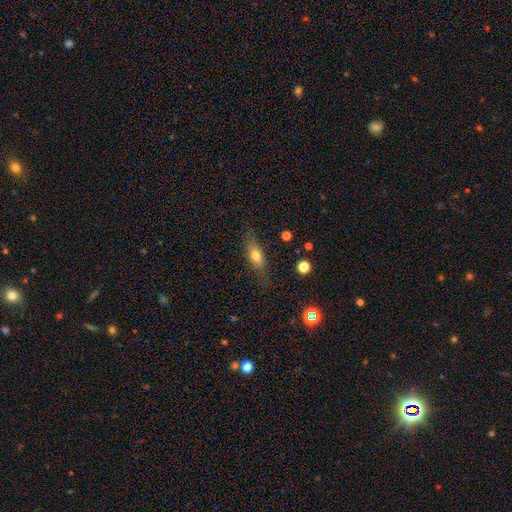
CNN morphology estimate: A smooth galaxy with no disk features (64%) that is in between round and cigar-shaped (59%).

Vote fractions:
- Smooth or featured? smooth: 64% / featured or disk: 27% / star or artifact: 9%
- How rounded? in between: 59% / cigar-shaped: 35% / round: 5%
- Merging? none: 77% / minor disturbance: 16% / major disturbance: 5% / merger: 2%